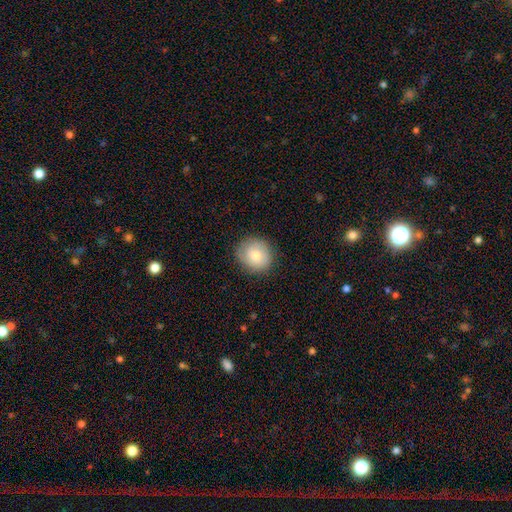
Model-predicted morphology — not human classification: A smooth galaxy with no disk features (80%) that is round (81%).

Vote fractions:
- Smooth or featured? smooth: 80% / featured or disk: 13% / star or artifact: 8%
- How rounded? round: 81% / in between: 18% / cigar-shaped: 1%
- Merging? none: 84% / minor disturbance: 12% / major disturbance: 3% / merger: 1%